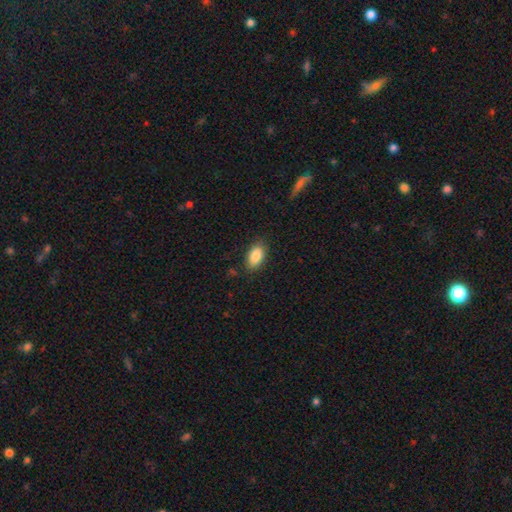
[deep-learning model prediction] This appears to be a smooth galaxy with no disk features (87%) that is in between round and cigar-shaped (92%). Merging: none (84%).